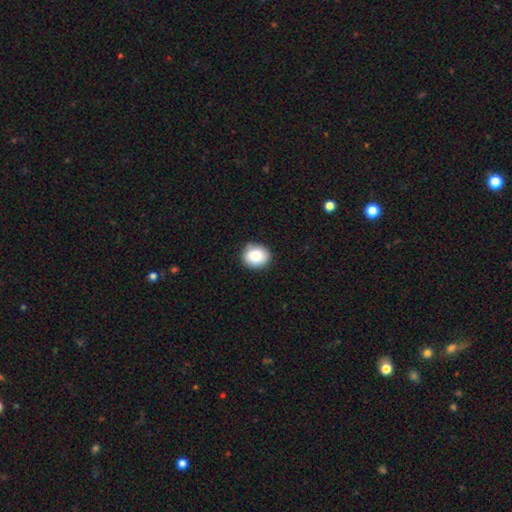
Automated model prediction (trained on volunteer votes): Smooth or featured?
  - smooth: 85% *
  - star or artifact: 8%
  - featured or disk: 6%
How rounded?
  - round: 67% *
  - in between: 32%
  - cigar-shaped: 1%
Merging?
  - none: 83% *
  - minor disturbance: 13%
  - major disturbance: 2%
  - merger: 2%